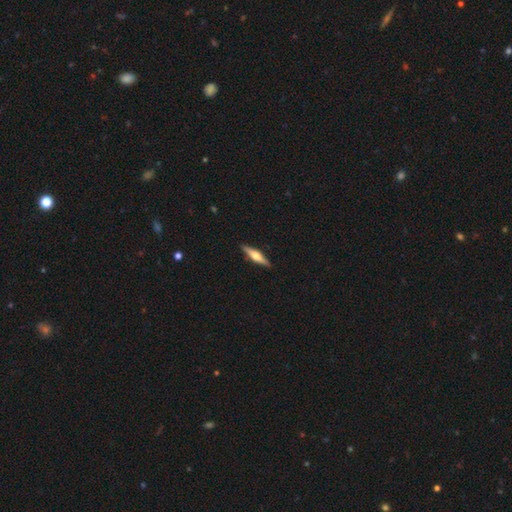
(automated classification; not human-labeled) smooth-or-featured: featured or disk: 65% | smooth: 30% | star or artifact: 5%
  disk-edge-on: yes: 97% | no: 3%
    edge-on-bulge: rounded: 90% | boxy: 7% | none: 3%
  merging: none: 91% | minor disturbance: 7% | major disturbance: 1% | merger: 1%